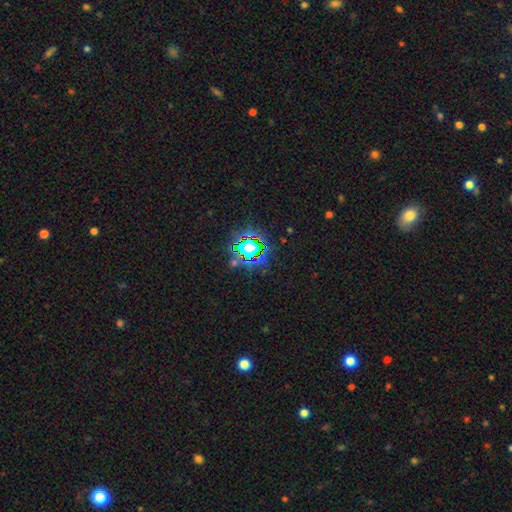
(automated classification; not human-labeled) star or artifact 80%, smooth 12%, featured or disk 8%.